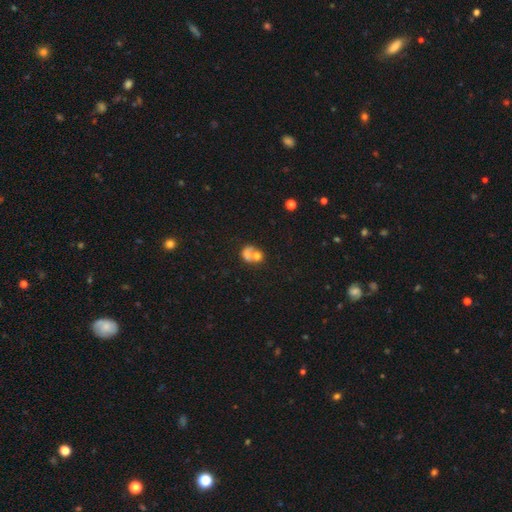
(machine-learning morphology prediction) The model was most divided on "how rounded": round: 60%, in between: 39%, cigar-shaped: 1%. More confident: merging — merger (66%); smooth or featured — smooth (62%).